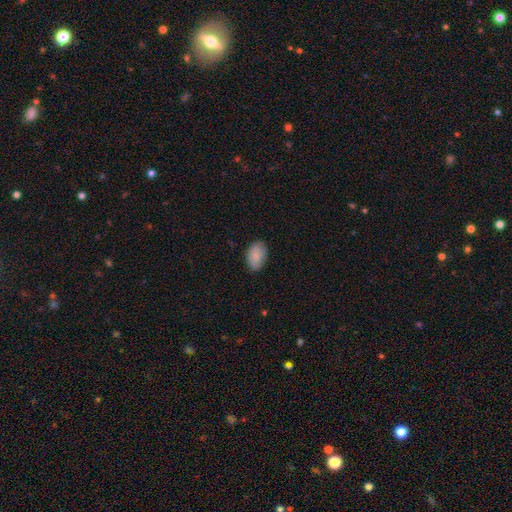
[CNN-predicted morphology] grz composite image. It shows a smooth galaxy with no disk features (86%) that is in between round and cigar-shaped (91%). Merging: none (83%).